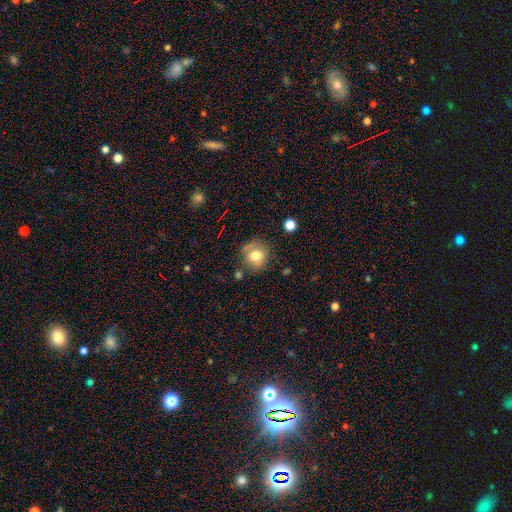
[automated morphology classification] Q: Smooth or featured?
A: smooth (72%); runner-up: featured or disk (17%)
Q: How rounded?
A: round (83%); runner-up: in between (16%)
Q: Merging?
A: none (68%); runner-up: minor disturbance (20%)